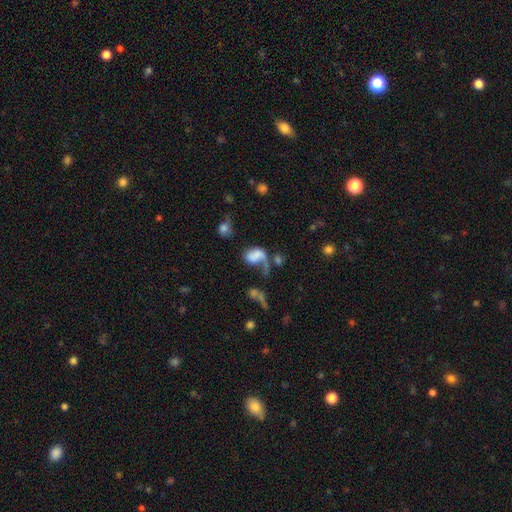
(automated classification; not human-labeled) The model was most divided on "smooth or featured": smooth: 50%, featured or disk: 37%, star or artifact: 12%. Remaining: how rounded — in between (73%); merging — major disturbance (43%).